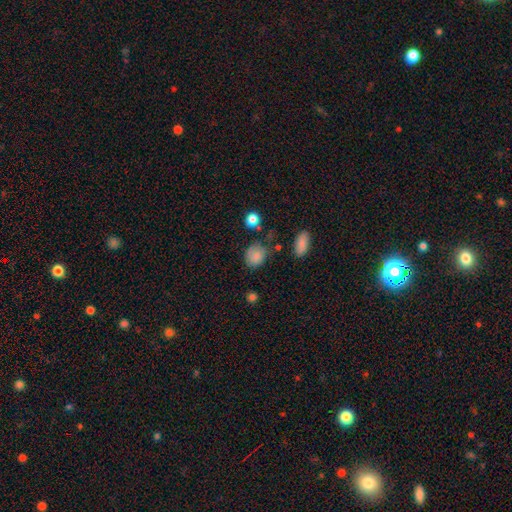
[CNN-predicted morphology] smooth 83%, star or artifact 10%, featured or disk 7%. Down the decision tree: how rounded — round (54%); merging — none (59%).